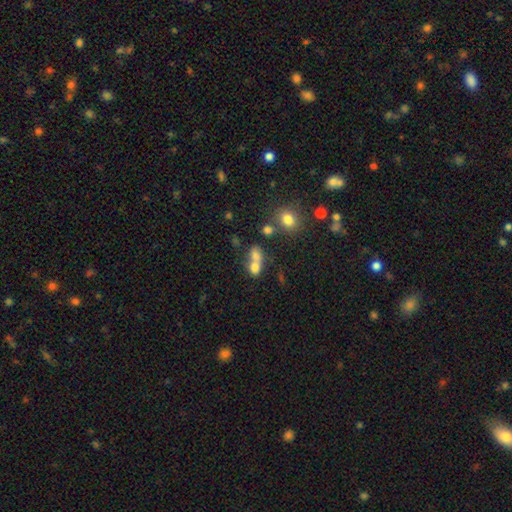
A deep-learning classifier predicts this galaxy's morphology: smooth-or-featured: smooth: 71% | featured or disk: 16% | star or artifact: 13%
  how-rounded: in between: 53% | round: 44% | cigar-shaped: 2%
  merging: merger: 64% | none: 23% | minor disturbance: 7% | major disturbance: 5%